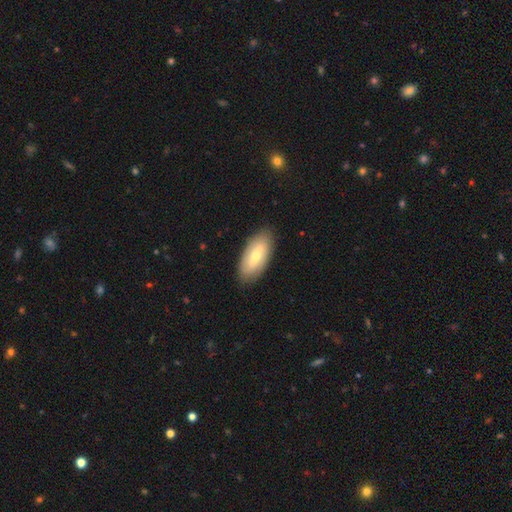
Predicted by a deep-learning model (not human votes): Overall: smooth (54%; featured or disk 40%). How rounded: in between (87%). Merging: none (86%).